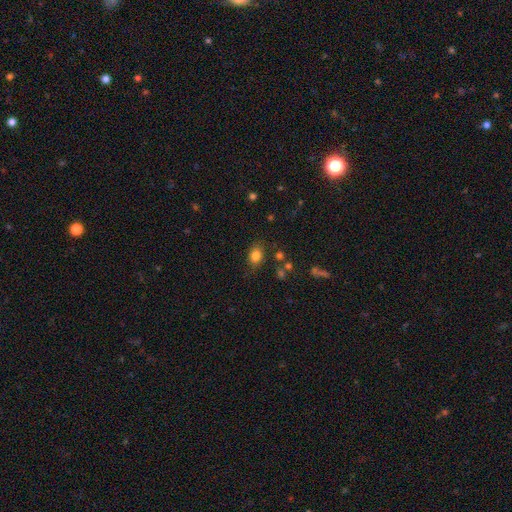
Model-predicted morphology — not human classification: A smooth galaxy with no disk features (82%) that is in between round and cigar-shaped (63%).

Vote fractions:
- Smooth or featured? smooth: 82% / star or artifact: 12% / featured or disk: 7%
- How rounded? in between: 63% / round: 35% / cigar-shaped: 1%
- Merging? none: 77% / minor disturbance: 15% / major disturbance: 5% / merger: 3%